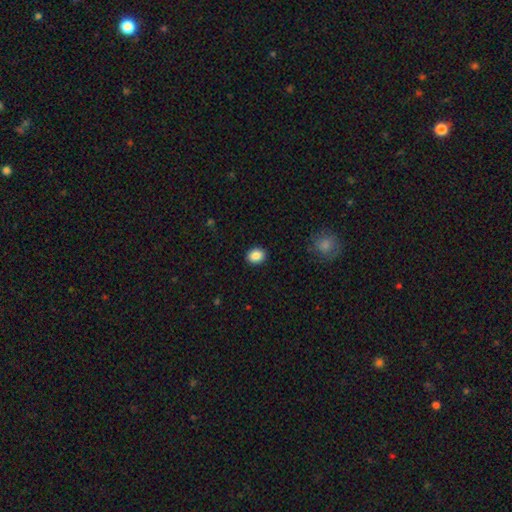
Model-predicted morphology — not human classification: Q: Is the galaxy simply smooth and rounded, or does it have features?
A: smooth — 88%.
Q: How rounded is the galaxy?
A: round — 57%.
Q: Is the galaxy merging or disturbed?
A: none — 90%.